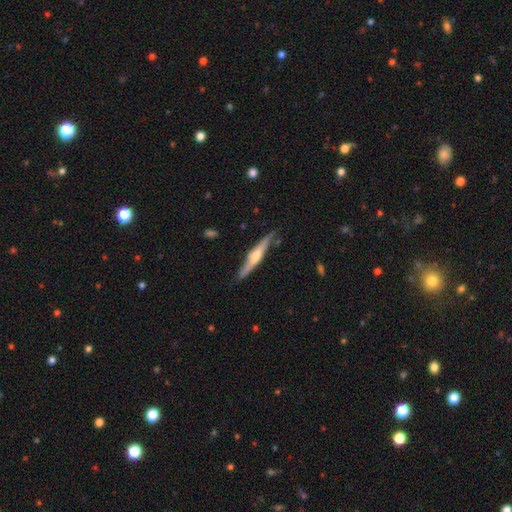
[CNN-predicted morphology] A featured or disk galaxy (67%) viewed edge-on (96%) with a rounded central bulge (88%).

Vote fractions:
- Smooth or featured? featured or disk: 67% / smooth: 28% / star or artifact: 5%
- Edge-on disk? yes: 96% / no: 4%
- Edge-on bulge? rounded: 88% / none: 6% / boxy: 5%
- Merging? none: 83% / minor disturbance: 13% / merger: 2% / major disturbance: 2%